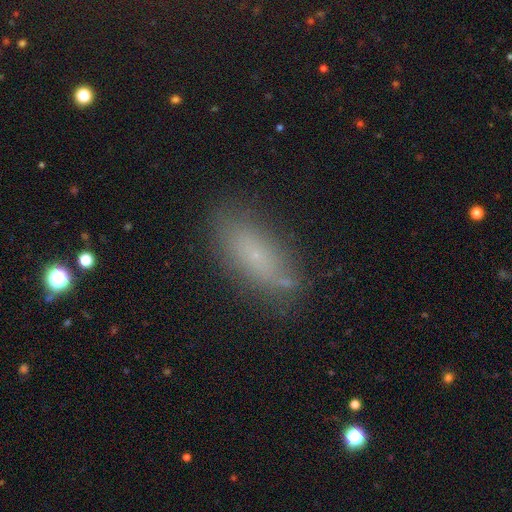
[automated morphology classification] This appears to be a smooth galaxy with no disk features (67%) that is in between round and cigar-shaped (72%). Merging: none (74%).